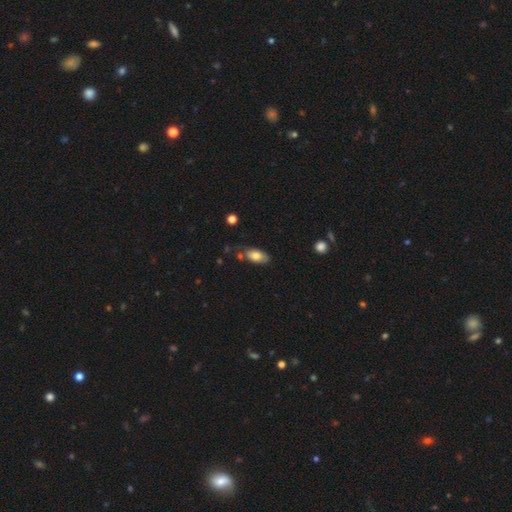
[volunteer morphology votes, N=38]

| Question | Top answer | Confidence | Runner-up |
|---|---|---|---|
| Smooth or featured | smooth | 87% | featured or disk (8%) |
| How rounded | in between | 97% | round (3%) |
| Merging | none | 56% | minor disturbance (22%) |